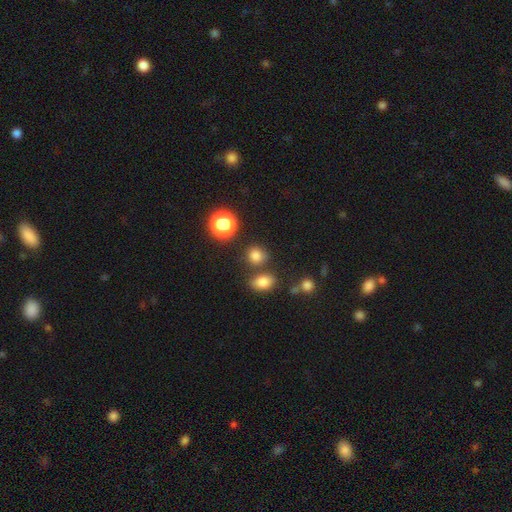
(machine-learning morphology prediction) This appears to be a smooth galaxy with no disk features (78%) that is round (77%). Merging: none (74%).